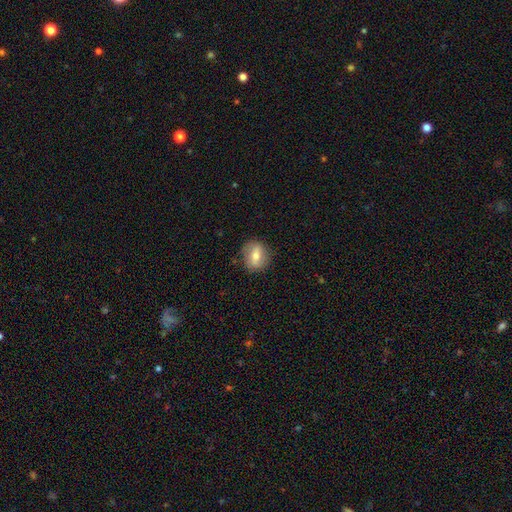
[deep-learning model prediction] Smooth or featured? smooth (58%)
How rounded? round (72%)
Merging? none (84%)